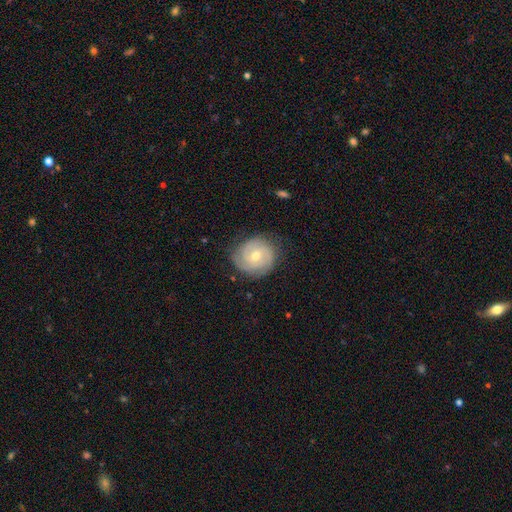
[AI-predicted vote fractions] Smooth or featured? featured or disk (70%)
Edge-on disk? no (97%)
Bar? no (72%)
Spiral arms? yes (91%)
Spiral winding? tight (67%)
Spiral arm count? 2 (31%)
Bulge size? moderate (55%)
Merging? none (78%)